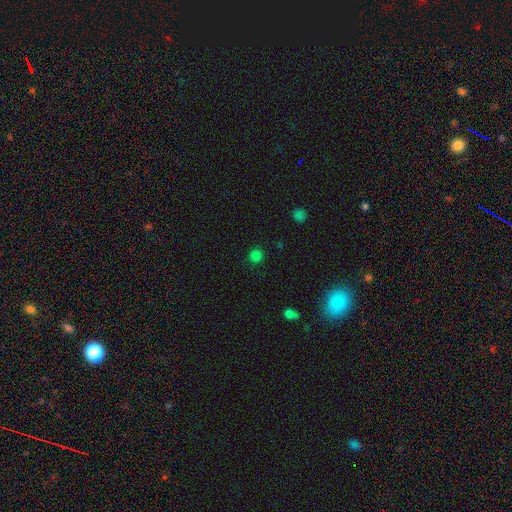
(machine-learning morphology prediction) Q: Smooth or featured?
A: smooth (79%); runner-up: star or artifact (18%)
Q: How rounded?
A: round (94%); runner-up: in between (5%)
Q: Merging?
A: none (90%); runner-up: minor disturbance (7%)